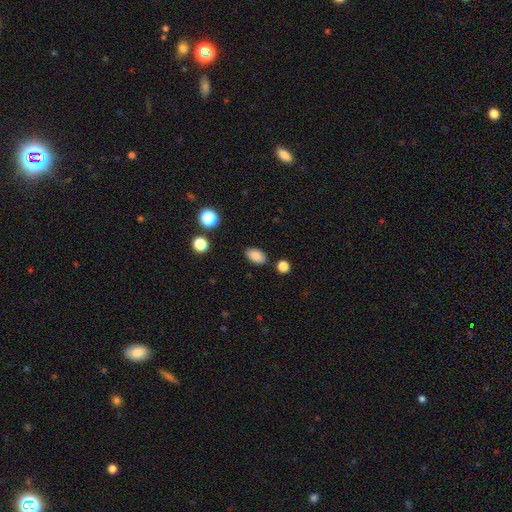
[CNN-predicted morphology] Smooth or featured? smooth (87%)
How rounded? in between (91%)
Merging? none (84%)